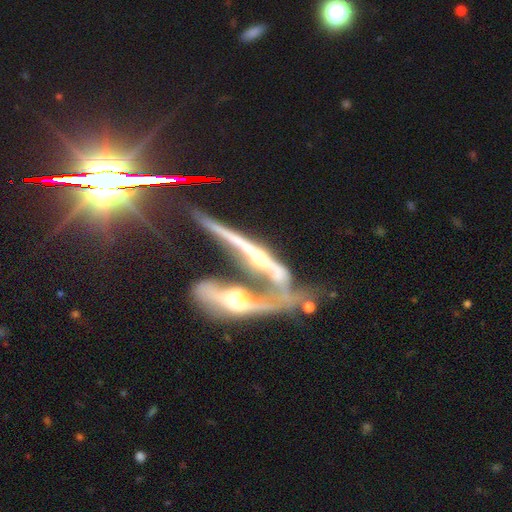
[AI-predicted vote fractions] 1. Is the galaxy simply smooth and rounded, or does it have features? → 75% featured or disk, 13% smooth, 12% star or artifact.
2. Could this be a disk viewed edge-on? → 68% yes, 32% no.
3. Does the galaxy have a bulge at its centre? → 85% rounded, 8% boxy, 7% none.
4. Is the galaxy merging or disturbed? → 71% merger, 15% none, 8% major disturbance, 7% minor disturbance.